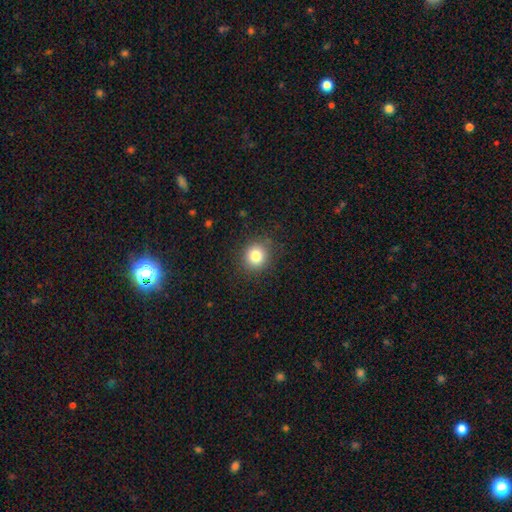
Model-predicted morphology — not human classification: Smooth or featured? Predicted: smooth (p=0.82). How rounded? Predicted: round (p=0.87). Merging? Predicted: none (p=0.88).